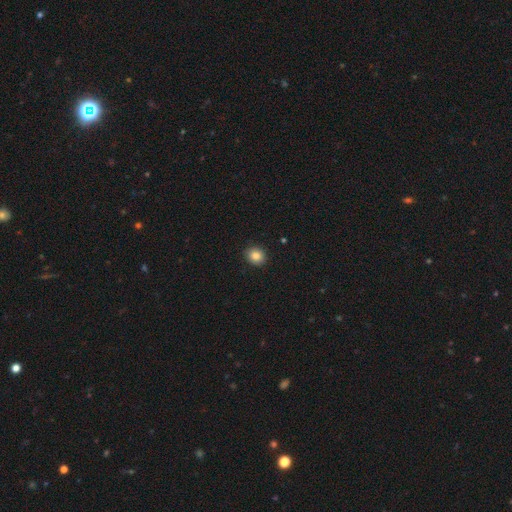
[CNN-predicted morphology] This appears to be a smooth galaxy with no disk features (85%) that is round (72%). Merging: none (91%).